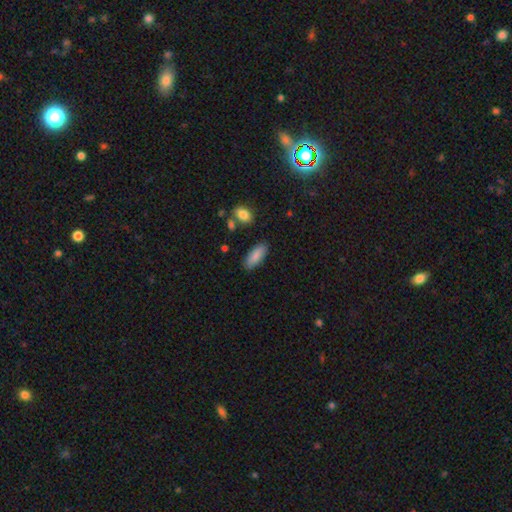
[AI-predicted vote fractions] Morphology: type=smooth (87%); roundness=in between (76%); merging=none (85%).